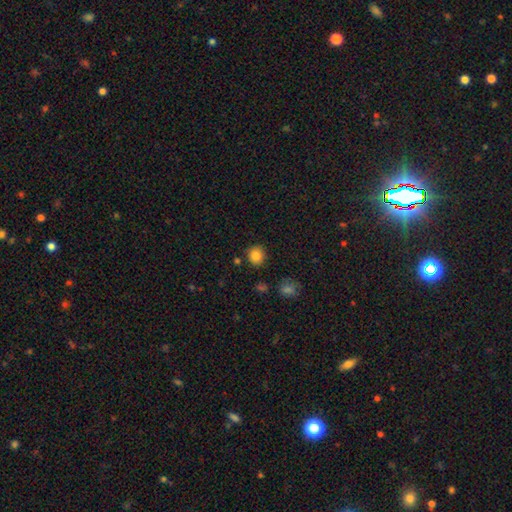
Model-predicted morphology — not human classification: Smooth or featured? smooth (84%)
How rounded? round (87%)
Merging? none (86%)